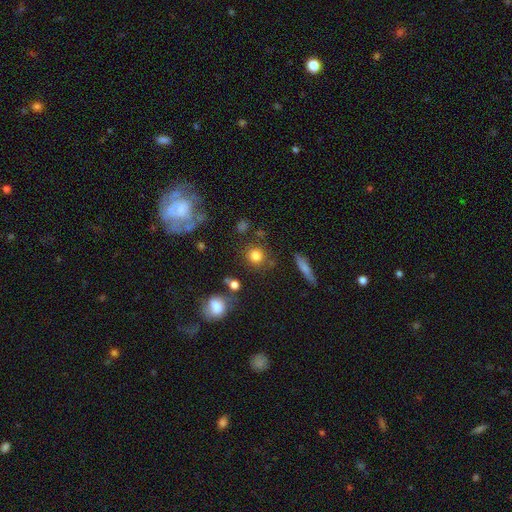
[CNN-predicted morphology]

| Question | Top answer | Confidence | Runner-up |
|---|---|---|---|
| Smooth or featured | smooth | 81% | star or artifact (12%) |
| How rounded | round | 88% | in between (10%) |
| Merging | none | 79% | minor disturbance (10%) |